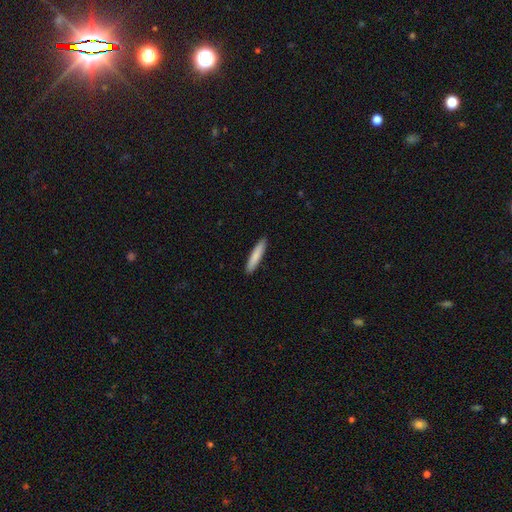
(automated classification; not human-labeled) Morphology: type=smooth (84%); roundness=cigar-shaped (90%); merging=none (91%).